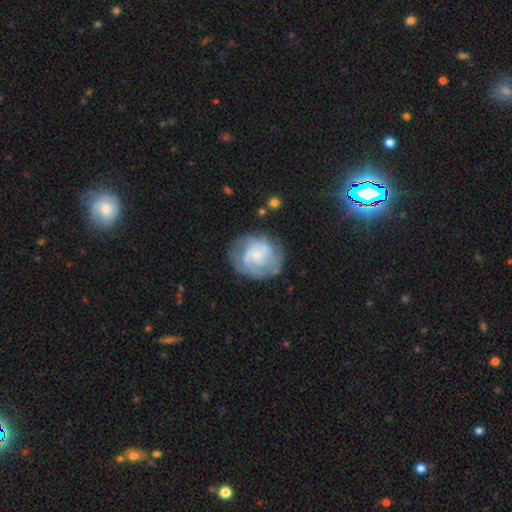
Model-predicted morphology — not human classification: Overall: featured or disk (74%). Edge-on disk: no (98%). Bar: no (63%; weak 32%). Spiral arms: yes (89%). Spiral arm count: can't tell (35%; 2 29%). Spiral winding: tight (56%; medium 33%). Bulge size: small (70%). Merging: none (66%).